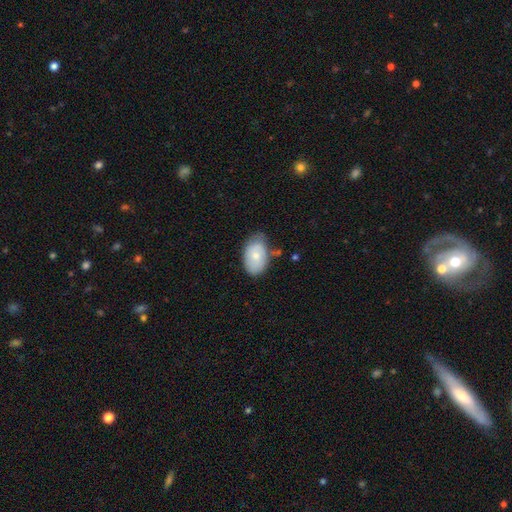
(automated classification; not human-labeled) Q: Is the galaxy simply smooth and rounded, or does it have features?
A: smooth — 68%.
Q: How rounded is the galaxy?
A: in between — 90%.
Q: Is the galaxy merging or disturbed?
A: none — 56%.